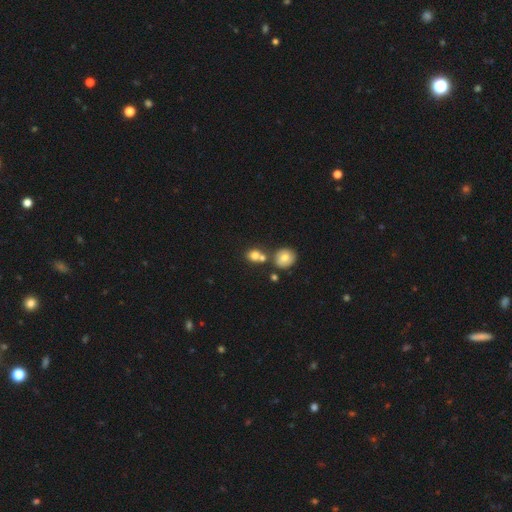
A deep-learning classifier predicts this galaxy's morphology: A smooth galaxy with no disk features (75%) that is round (70%).

Vote fractions:
- Smooth or featured? smooth: 75% / star or artifact: 13% / featured or disk: 12%
- How rounded? round: 70% / in between: 28% / cigar-shaped: 1%
- Merging? none: 48% / merger: 38% / minor disturbance: 10% / major disturbance: 4%